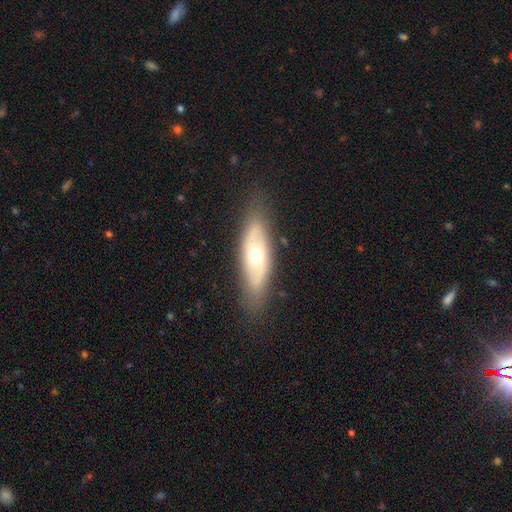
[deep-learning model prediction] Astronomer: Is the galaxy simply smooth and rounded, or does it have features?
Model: featured or disk — 52% (runner-up: smooth, 41%).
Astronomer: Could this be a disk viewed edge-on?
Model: no — 67%.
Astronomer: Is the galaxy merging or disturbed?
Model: none — 81%.